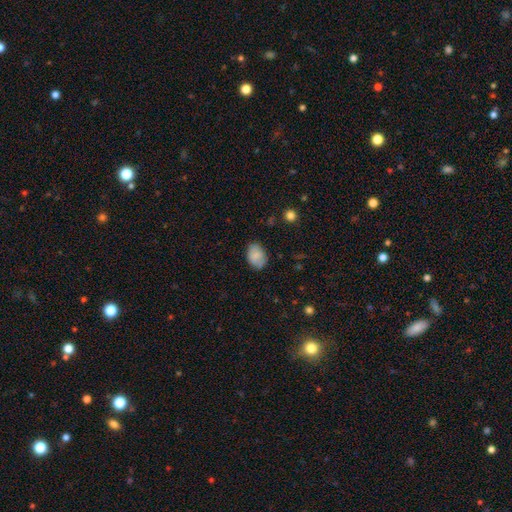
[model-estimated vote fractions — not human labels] Smooth or featured: smooth — 79% (featured or disk — 13%)
How rounded: in between — 82% (round — 17%)
Merging: none — 77% (minor disturbance — 18%)